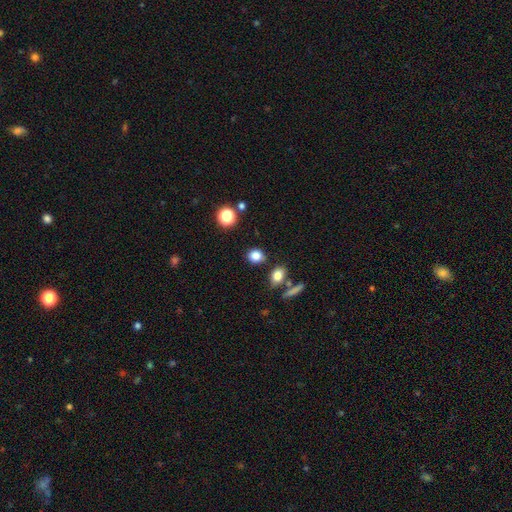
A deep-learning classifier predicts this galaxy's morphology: The model was most divided on "how rounded": round: 64%, in between: 35%, cigar-shaped: 2%. More confident: smooth or featured — smooth (82%); merging — none (80%).